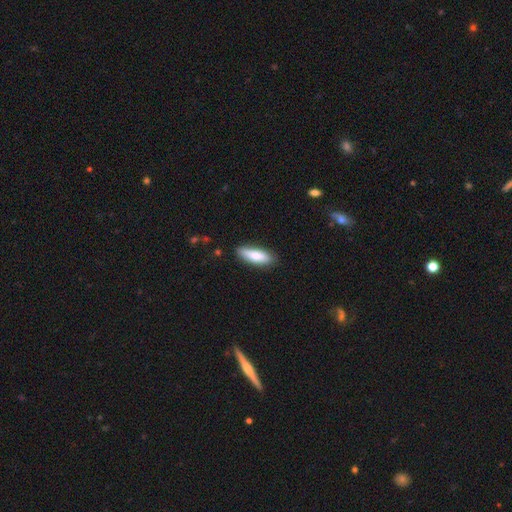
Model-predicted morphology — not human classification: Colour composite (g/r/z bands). It shows a smooth galaxy with no disk features (77%) that is cigar-shaped (50%). Merging: none (86%).